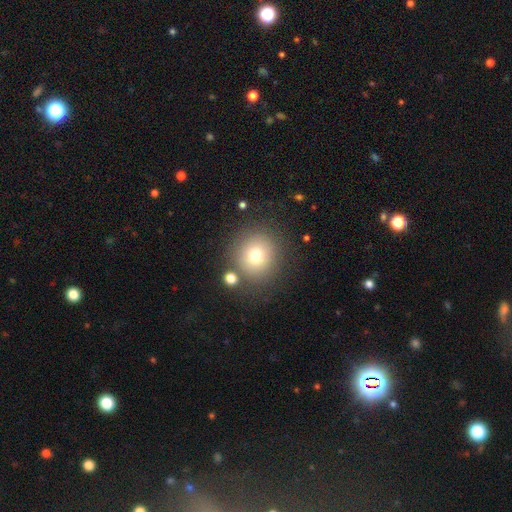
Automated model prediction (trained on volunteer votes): A smooth galaxy with no disk features (74%) that is round (92%). Merging: none (81%).